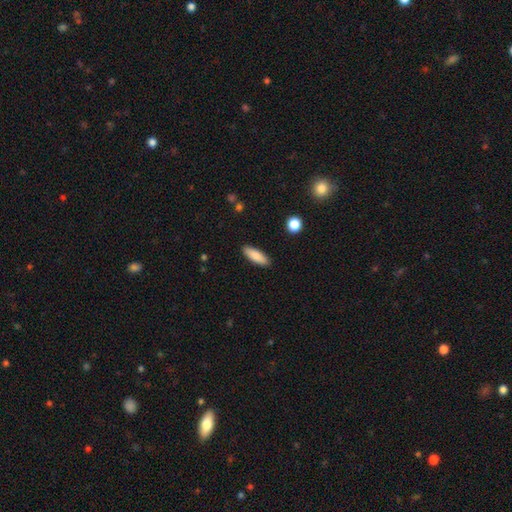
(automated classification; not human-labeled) smooth_or_featured: smooth (p=0.85) [alt: featured or disk p=0.09]
how_rounded: in between (p=0.53) [alt: cigar-shaped p=0.45]
merging: none (p=0.89) [alt: minor disturbance p=0.08]